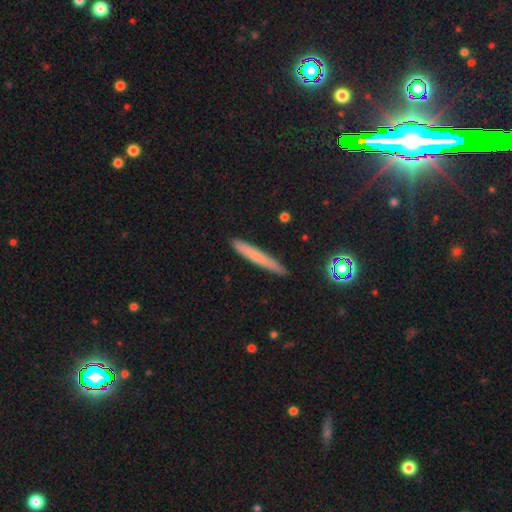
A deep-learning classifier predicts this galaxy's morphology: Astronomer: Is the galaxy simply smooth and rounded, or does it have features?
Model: smooth — 62%.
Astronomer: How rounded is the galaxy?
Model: cigar-shaped — 95%.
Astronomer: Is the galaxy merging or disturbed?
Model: none — 89%.